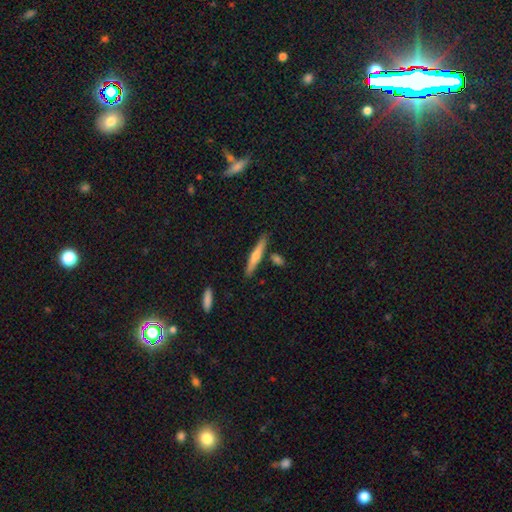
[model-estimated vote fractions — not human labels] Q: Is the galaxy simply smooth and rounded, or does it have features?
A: smooth — 52%.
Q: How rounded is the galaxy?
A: cigar-shaped — 92%.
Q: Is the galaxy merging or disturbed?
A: none — 83%.